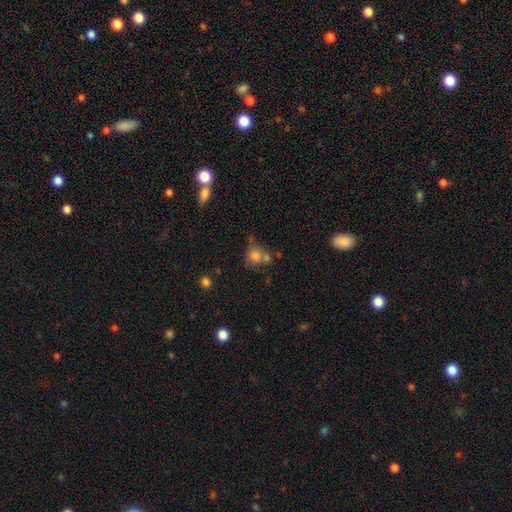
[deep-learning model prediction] A smooth galaxy with no disk features (75%) that is round (75%).

Vote fractions:
- Smooth or featured? smooth: 75% / star or artifact: 13% / featured or disk: 12%
- How rounded? round: 75% / in between: 23% / cigar-shaped: 1%
- Merging? none: 43% / merger: 31% / minor disturbance: 17% / major disturbance: 9%